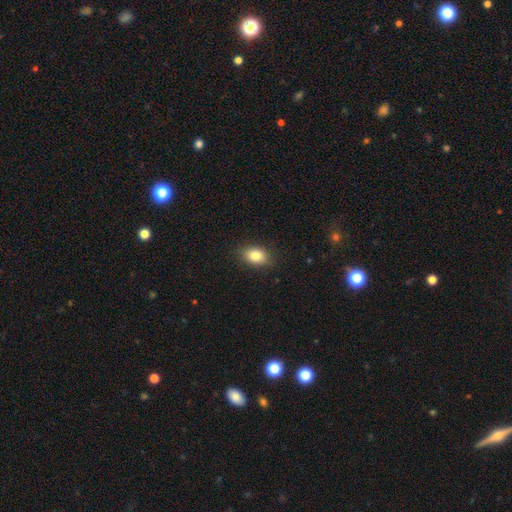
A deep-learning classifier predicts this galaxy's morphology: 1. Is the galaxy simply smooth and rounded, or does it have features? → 84% smooth, 9% star or artifact, 8% featured or disk.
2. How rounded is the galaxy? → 82% in between, 17% round, 2% cigar-shaped.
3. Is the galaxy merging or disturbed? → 87% none, 10% minor disturbance, 2% major disturbance, 1% merger.